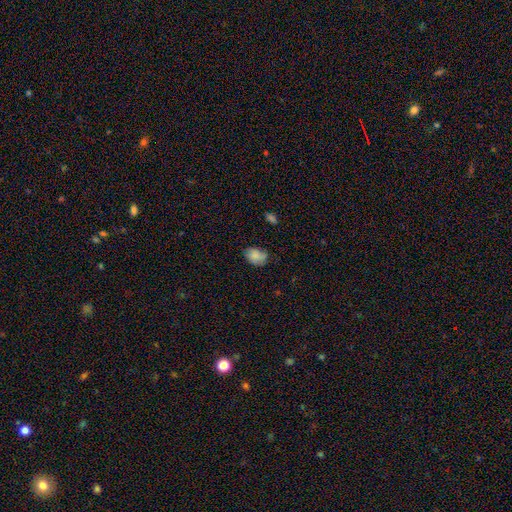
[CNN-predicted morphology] Overall: smooth (81%). How rounded: in between (77%). Merging: none (66%; minor disturbance 26%).